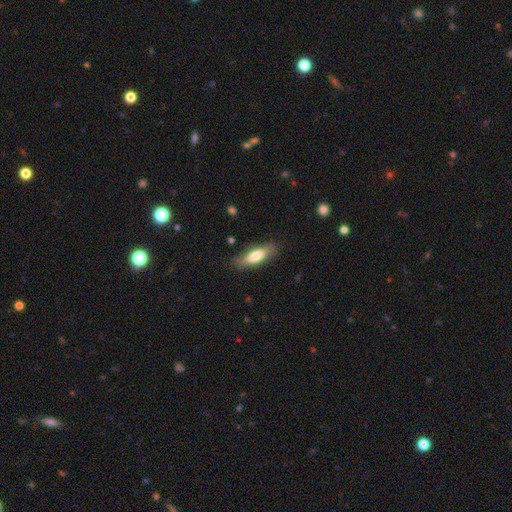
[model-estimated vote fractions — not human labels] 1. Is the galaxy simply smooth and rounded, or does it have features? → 72% smooth, 22% featured or disk, 6% star or artifact.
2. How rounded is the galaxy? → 58% in between, 40% cigar-shaped, 2% round.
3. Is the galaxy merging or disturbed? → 80% none, 15% minor disturbance, 4% major disturbance, 1% merger.